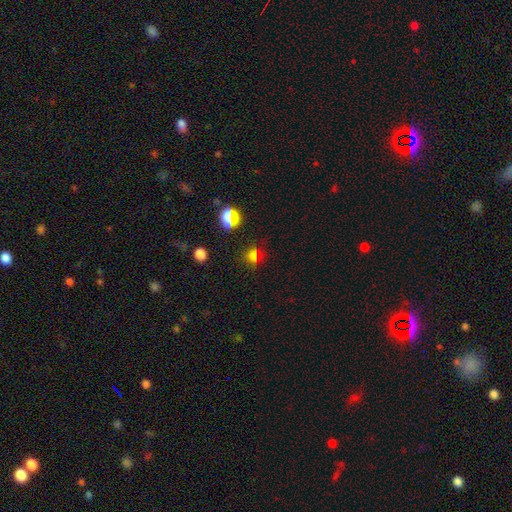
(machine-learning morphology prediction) smooth-or-featured: smooth: 57% | star or artifact: 37% | featured or disk: 7%
  how-rounded: round: 75% | in between: 23% | cigar-shaped: 2%
  merging: none: 78% | minor disturbance: 12% | merger: 5% | major disturbance: 5%